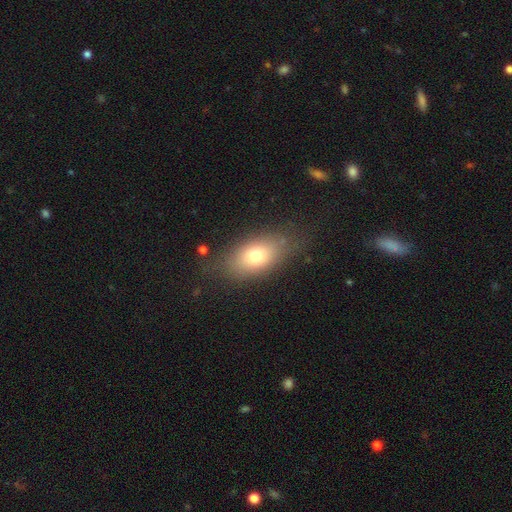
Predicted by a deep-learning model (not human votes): Smooth or featured: smooth — 74% (featured or disk — 17%)
How rounded: in between — 84% (round — 9%)
Merging: none — 74% (minor disturbance — 17%)